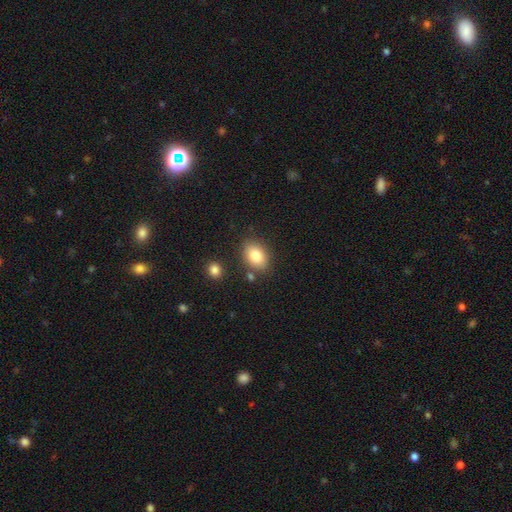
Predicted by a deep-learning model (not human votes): Morphology: type=smooth (83%); roundness=in between (77%); merging=none (79%).